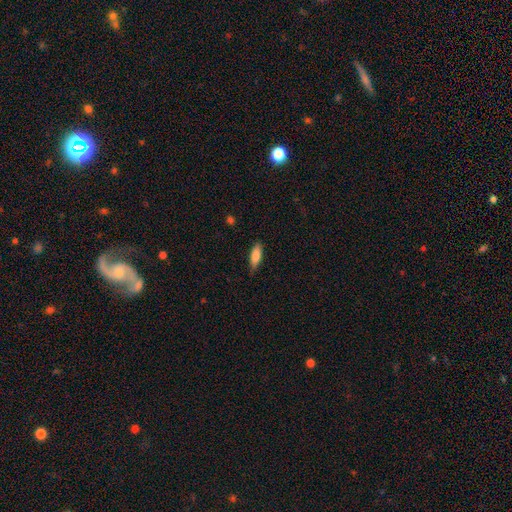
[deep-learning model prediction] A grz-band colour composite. It shows a smooth galaxy with no disk features (78%) that is in between round and cigar-shaped (54%). Merging: none (78%).